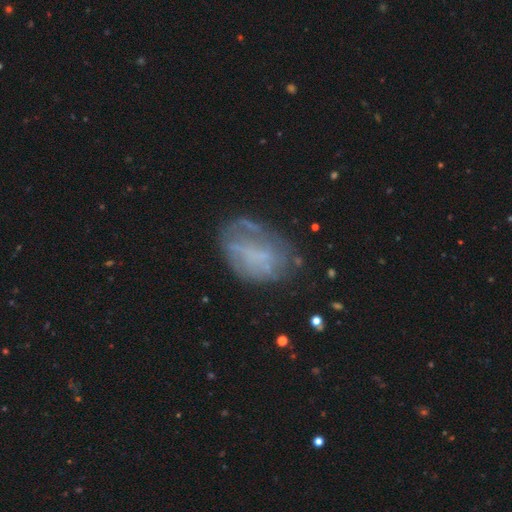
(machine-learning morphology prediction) Smooth or featured? featured or disk (50%)
Edge-on disk? no (97%)
Merging? none (51%)